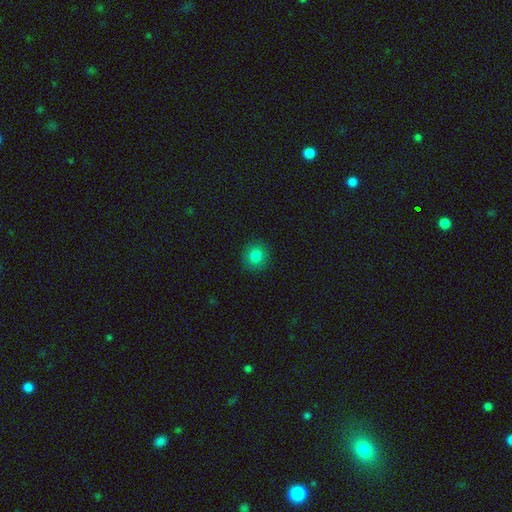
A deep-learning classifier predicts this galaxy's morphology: smooth_or_featured: smooth (p=0.82) [alt: star or artifact p=0.12]
how_rounded: round (p=0.87) [alt: in between p=0.12]
merging: none (p=0.90) [alt: minor disturbance p=0.07]